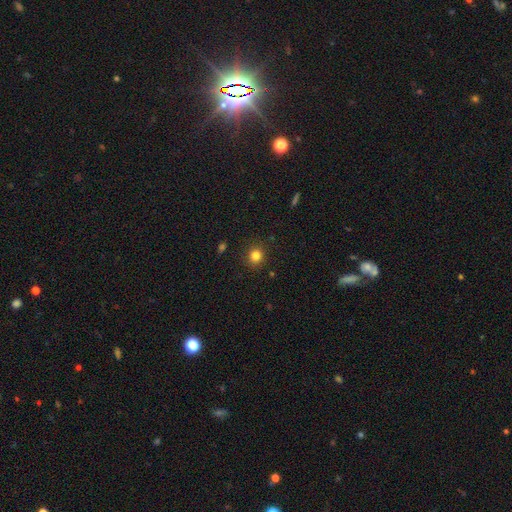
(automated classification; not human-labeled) The model was most divided on "smooth or featured": smooth: 82%, star or artifact: 13%, featured or disk: 5%. More confident: merging — none (89%); how rounded — round (86%).